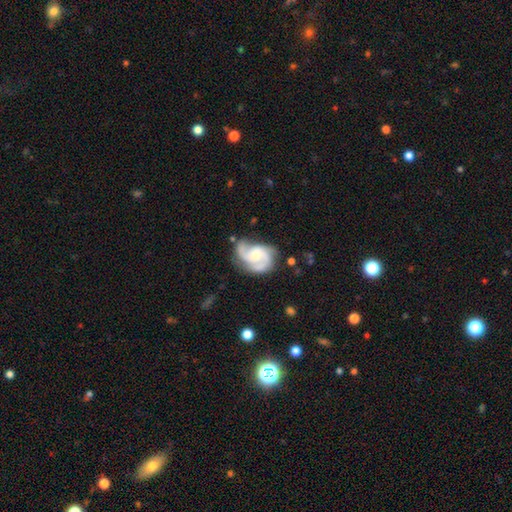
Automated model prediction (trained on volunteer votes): A featured or disk galaxy (87%) with no bar (62%), 3 (44%) medium (55%) spiral arms (97%) and a small central bulge (48%).

Vote fractions:
- Smooth or featured? featured or disk: 87% / smooth: 8% / star or artifact: 4%
- Edge-on disk? no: 98% / yes: 2%
- Bar? no: 62% / weak: 32% / strong: 6%
- Spiral arms? yes: 97% / no: 3%
- Spiral winding? medium: 55% / tight: 29% / loose: 16%
- Spiral arm count? 3: 44% / 2: 42% / can't tell: 6% / 4: 3% / 1: 3% / more than 4: 2%
- Bulge size? small: 48% / moderate: 43% / none: 4% / large: 3% / dominant: 1%
- Merging? none: 61% / minor disturbance: 24% / major disturbance: 12% / merger: 3%